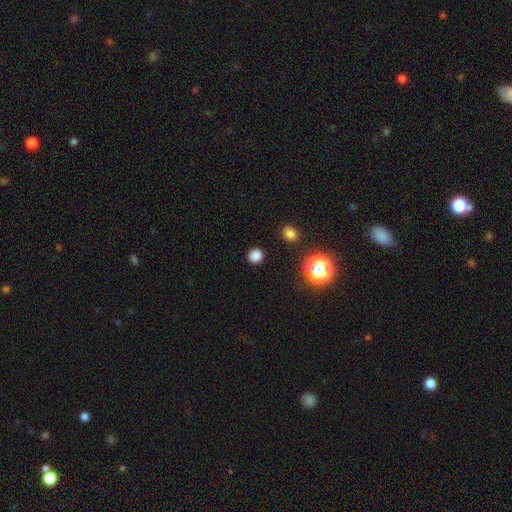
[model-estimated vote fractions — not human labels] smooth_or_featured: smooth (p=0.80) [alt: star or artifact p=0.17]
how_rounded: round (p=0.92) [alt: in between p=0.07]
merging: none (p=0.90) [alt: minor disturbance p=0.06]